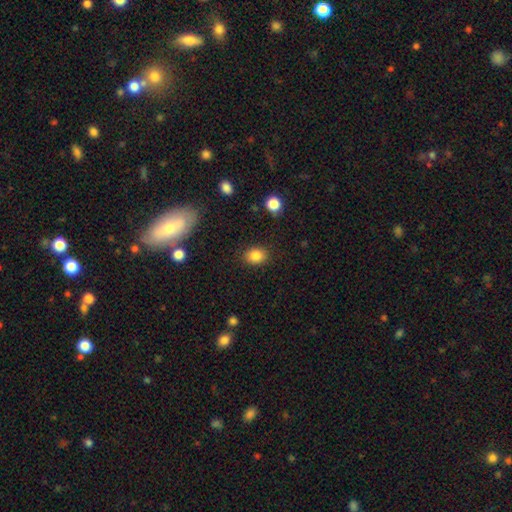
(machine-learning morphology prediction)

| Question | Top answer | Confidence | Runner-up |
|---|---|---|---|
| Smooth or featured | smooth | 84% | star or artifact (10%) |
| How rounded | in between | 52% | round (47%) |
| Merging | none | 86% | minor disturbance (10%) |